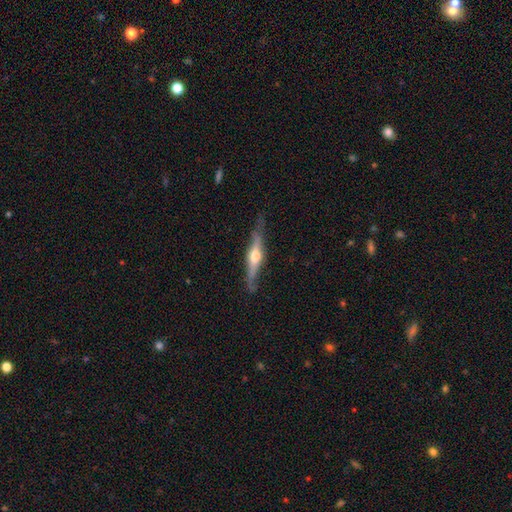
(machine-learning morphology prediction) Smooth or featured?
  - featured or disk: 70% *
  - smooth: 25%
  - star or artifact: 5%
Edge-on disk?
  - yes: 93% *
  - no: 7%
Edge-on bulge?
  - rounded: 92% *
  - boxy: 5%
  - none: 4%
Merging?
  - none: 76% *
  - minor disturbance: 19%
  - major disturbance: 4%
  - merger: 2%